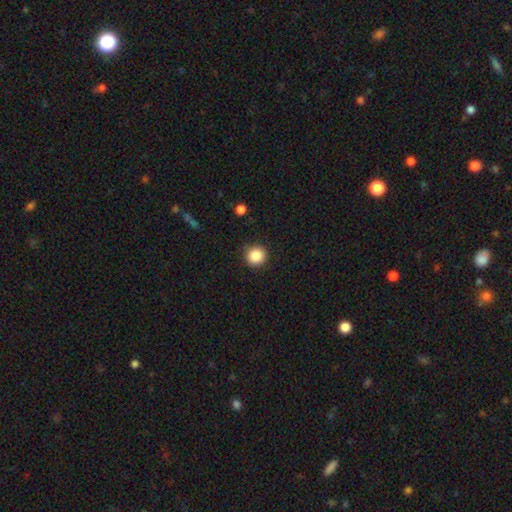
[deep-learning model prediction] A smooth galaxy with no disk features (87%) that is round (94%).

Vote fractions:
- Smooth or featured? smooth: 87% / star or artifact: 10% / featured or disk: 3%
- How rounded? round: 94% / in between: 6% / cigar-shaped: 1%
- Merging? none: 89% / minor disturbance: 8% / major disturbance: 2% / merger: 1%